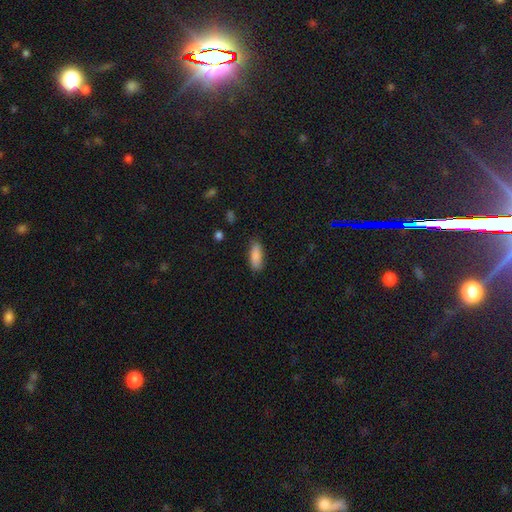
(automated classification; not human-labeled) Overall: smooth (86%). How rounded: in between (69%). Merging: none (83%).